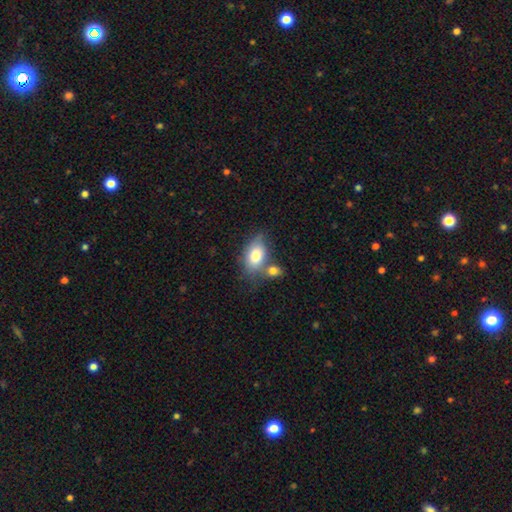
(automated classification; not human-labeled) This appears to be a smooth galaxy with no disk features (78%) that is in between round and cigar-shaped (88%). Merging: none (44%).